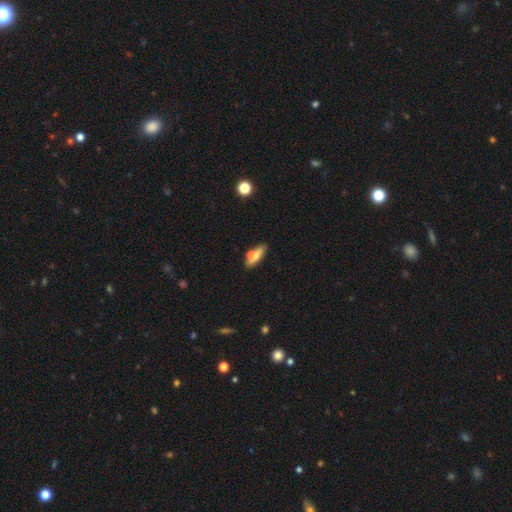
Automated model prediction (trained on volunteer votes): The model was most divided on "how rounded": in between: 50%, cigar-shaped: 45%, round: 5%. More confident: smooth or featured — smooth (60%); merging — none (59%).